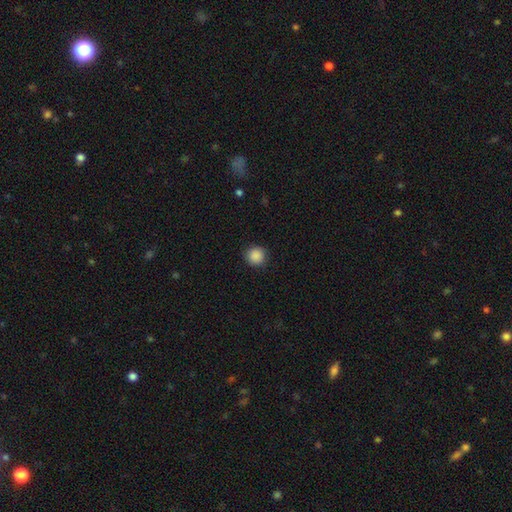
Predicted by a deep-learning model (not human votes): smooth_or_featured: smooth (p=0.88) [alt: star or artifact p=0.09]
how_rounded: round (p=0.94) [alt: in between p=0.05]
merging: none (p=0.90) [alt: minor disturbance p=0.07]